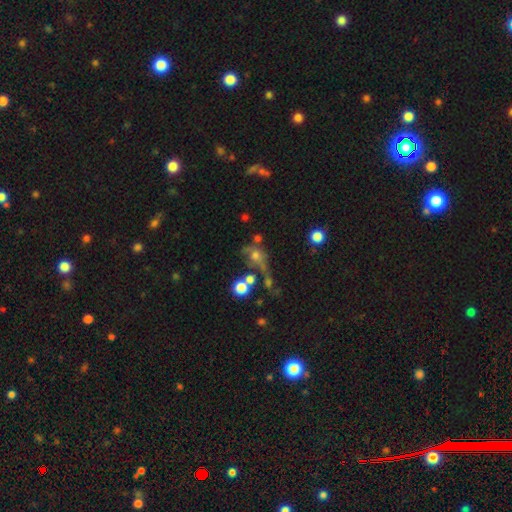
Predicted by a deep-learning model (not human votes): This is possibly a smooth galaxy (51%). How rounded: possibly round (58%). Merging: marginally major disturbance (30%).